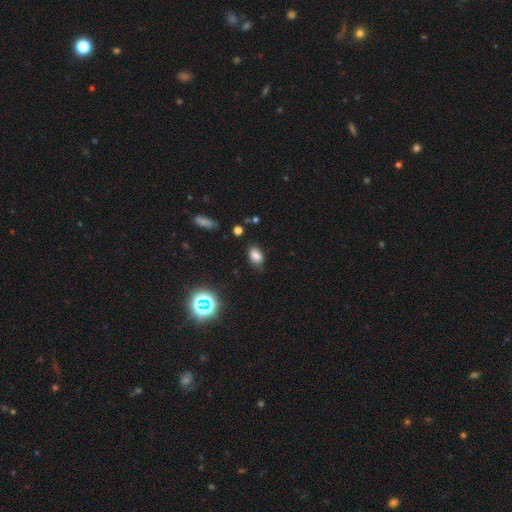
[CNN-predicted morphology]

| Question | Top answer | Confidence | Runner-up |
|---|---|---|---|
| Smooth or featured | smooth | 78% | star or artifact (15%) |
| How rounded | in between | 87% | round (11%) |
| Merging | none | 75% | minor disturbance (19%) |